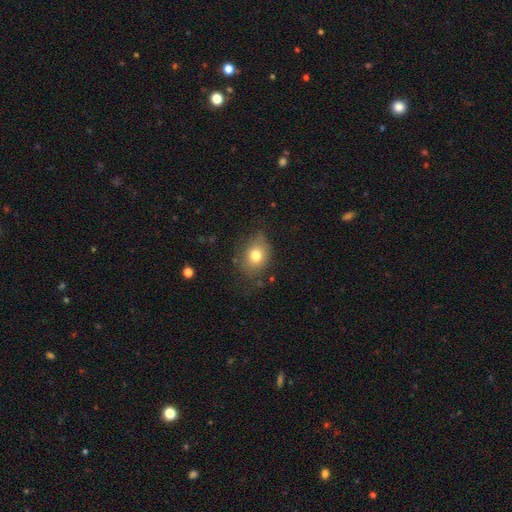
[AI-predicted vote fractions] Smooth or featured: smooth — 75% (featured or disk — 14%)
How rounded: in between — 53% (round — 46%)
Merging: none — 67% (minor disturbance — 24%)